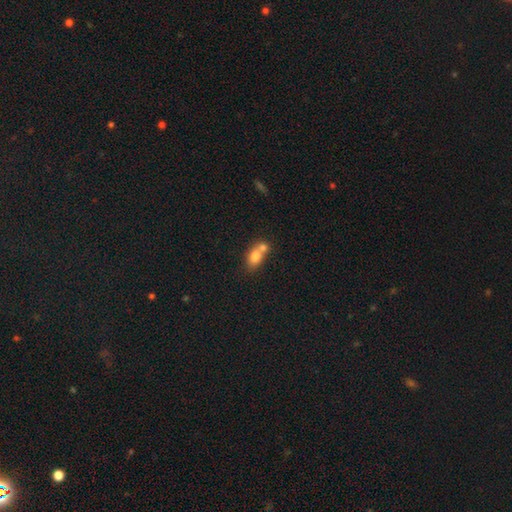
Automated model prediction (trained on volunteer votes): Smooth or featured?
  - smooth: 75% *
  - featured or disk: 16%
  - star or artifact: 9%
How rounded?
  - in between: 68% *
  - round: 28%
  - cigar-shaped: 4%
Merging?
  - merger: 60% *
  - none: 28%
  - minor disturbance: 8%
  - major disturbance: 3%